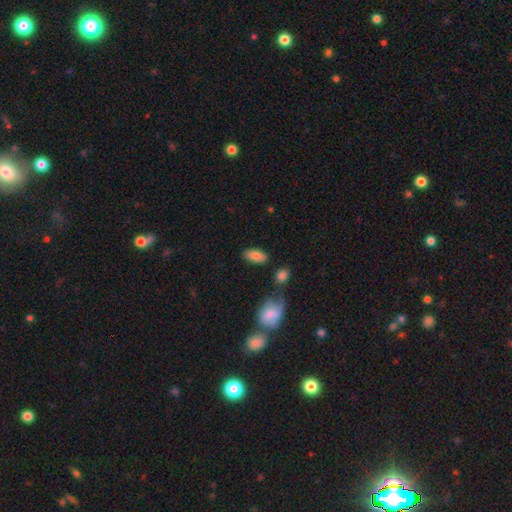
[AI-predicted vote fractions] smooth_or_featured: smooth (p=0.82) [alt: featured or disk p=0.11]
how_rounded: in between (p=0.90) [alt: cigar-shaped p=0.07]
merging: none (p=0.81) [alt: minor disturbance p=0.12]